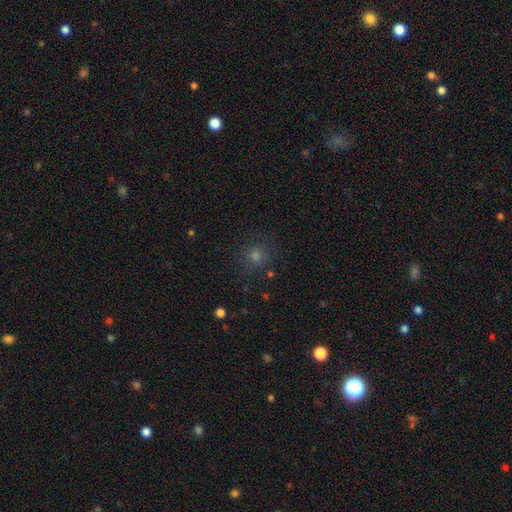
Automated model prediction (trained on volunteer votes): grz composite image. It shows a smooth galaxy with no disk features (59%) that is round (91%). Merging: none (84%).